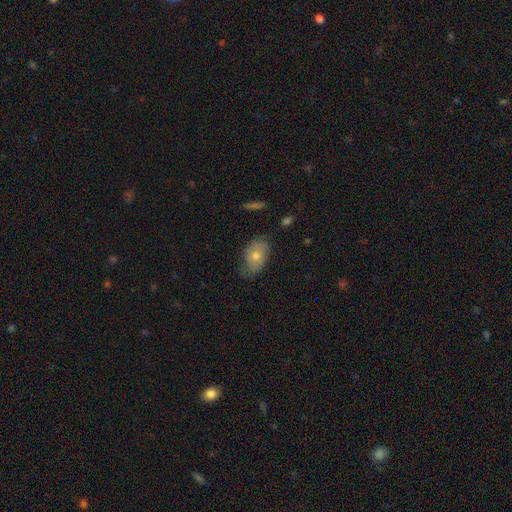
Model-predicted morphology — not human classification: smooth 60%, featured or disk 30%, star or artifact 10%. Down the decision tree: how rounded — in between (86%); merging — none (70%).